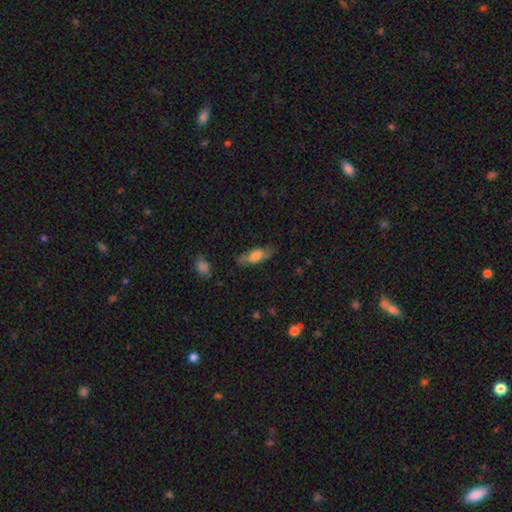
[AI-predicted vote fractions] smooth_or_featured: smooth (p=0.64) [alt: featured or disk p=0.29]
how_rounded: in between (p=0.67) [alt: cigar-shaped p=0.30]
merging: none (p=0.73) [alt: minor disturbance p=0.19]